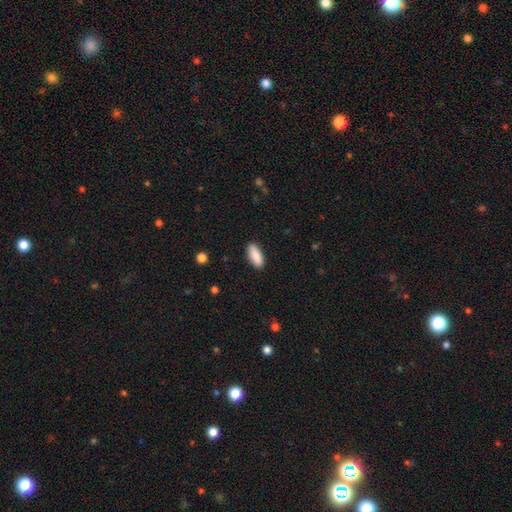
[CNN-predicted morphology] Overall: smooth (88%). How rounded: in between (83%). Merging: none (89%).